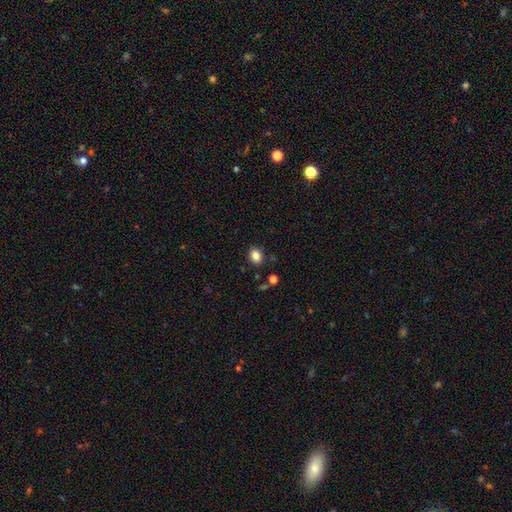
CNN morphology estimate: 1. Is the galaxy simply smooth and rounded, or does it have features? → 84% smooth, 11% star or artifact, 5% featured or disk.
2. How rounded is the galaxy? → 57% round, 42% in between, 1% cigar-shaped.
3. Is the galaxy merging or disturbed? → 86% none, 9% minor disturbance, 3% merger, 2% major disturbance.